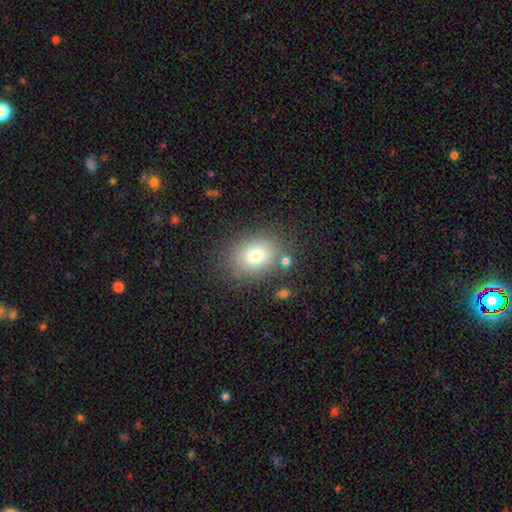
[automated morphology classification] Smooth or featured? smooth (76%)
How rounded? in between (58%)
Merging? none (78%)